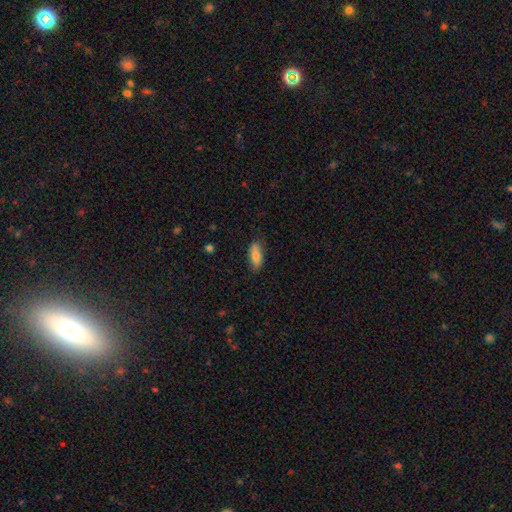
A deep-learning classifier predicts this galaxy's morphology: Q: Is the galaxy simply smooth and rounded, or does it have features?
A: smooth — 77%.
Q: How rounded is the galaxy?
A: in between — 75%.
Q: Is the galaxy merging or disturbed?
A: none — 80%.